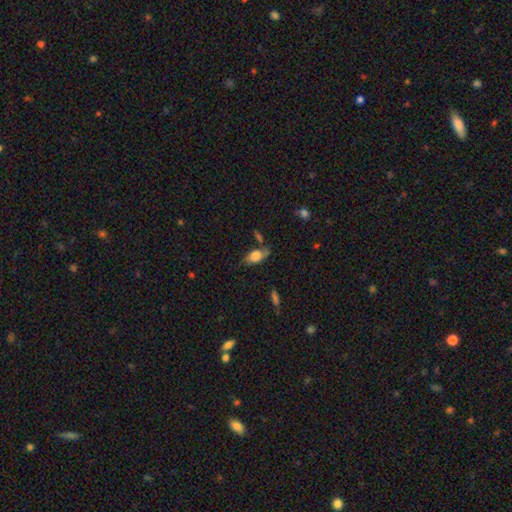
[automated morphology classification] Smooth or featured: smooth — 72% (featured or disk — 20%)
How rounded: in between — 88% (round — 6%)
Merging: none — 51% (minor disturbance — 27%)